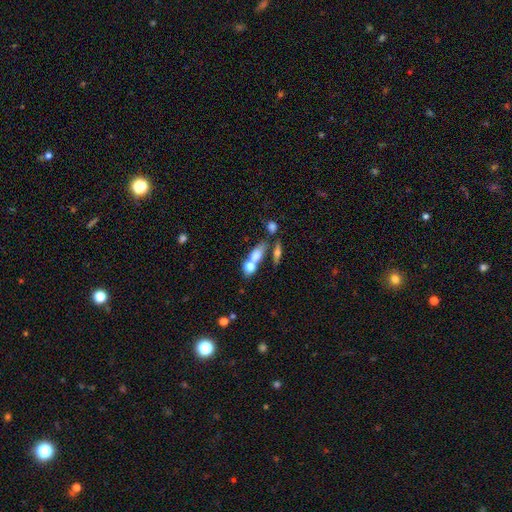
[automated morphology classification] smooth_or_featured: smooth (p=0.67) [alt: featured or disk p=0.24]
how_rounded: in between (p=0.60) [alt: cigar-shaped p=0.21]
merging: merger (p=0.58) [alt: none p=0.27]